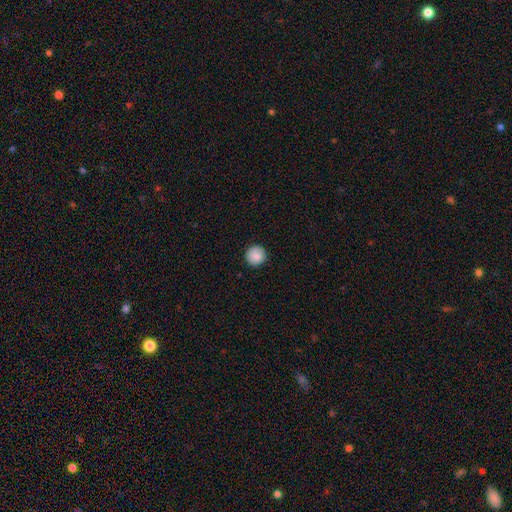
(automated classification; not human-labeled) Q: Smooth or featured?
A: smooth (85%); runner-up: star or artifact (8%)
Q: How rounded?
A: round (95%); runner-up: in between (4%)
Q: Merging?
A: none (90%); runner-up: minor disturbance (7%)